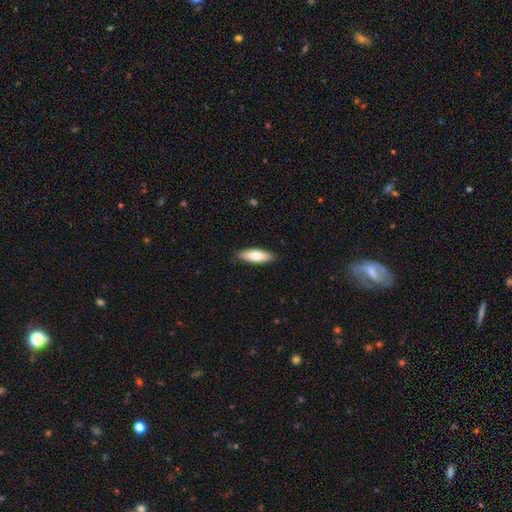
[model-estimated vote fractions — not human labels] This appears to be a smooth galaxy with no disk features (76%) that is in between round and cigar-shaped (57%). Merging: none (88%).